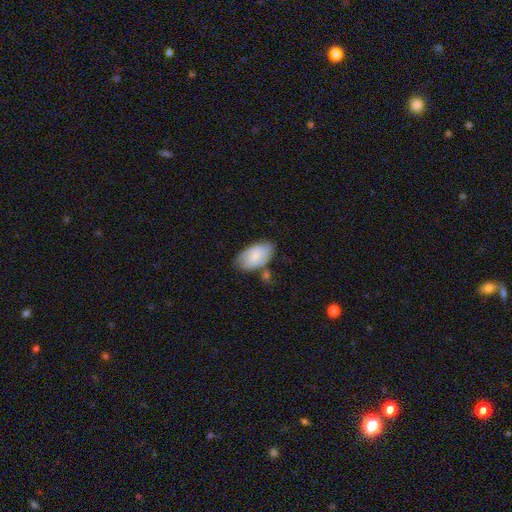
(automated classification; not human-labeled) Smooth or featured? smooth (63%)
How rounded? in between (94%)
Merging? none (60%)